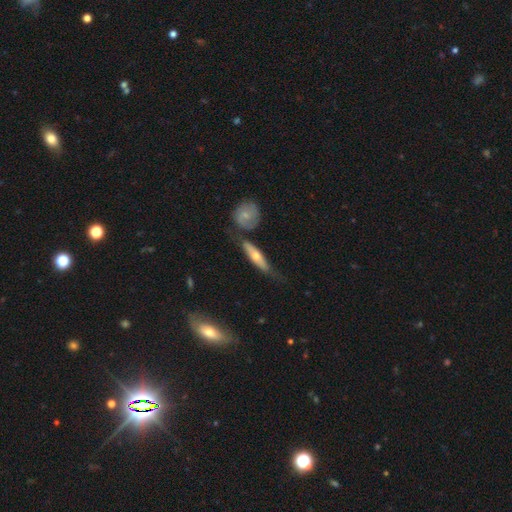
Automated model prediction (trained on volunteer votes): smooth-or-featured: featured or disk: 52% | smooth: 42% | star or artifact: 7%
  disk-edge-on: yes: 72% | no: 28%
  merging: none: 61% | minor disturbance: 22% | major disturbance: 9% | merger: 8%